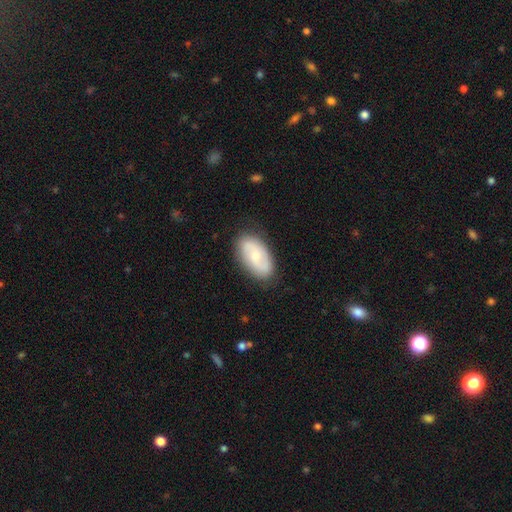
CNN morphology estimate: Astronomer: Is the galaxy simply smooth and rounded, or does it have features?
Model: featured or disk — 50% (runner-up: smooth, 45%).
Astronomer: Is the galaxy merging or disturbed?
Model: none — 82%.